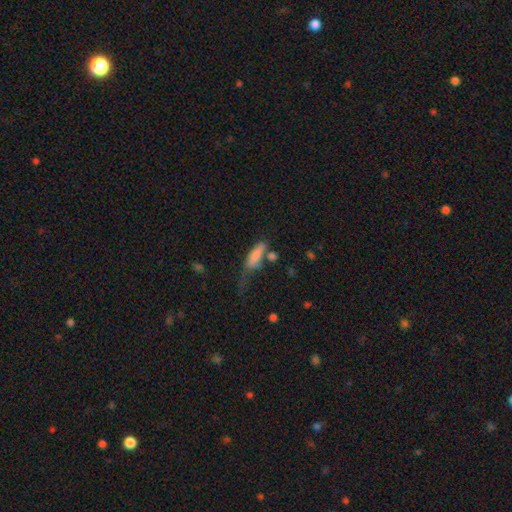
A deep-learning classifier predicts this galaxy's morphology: The model was most divided on "merging": none: 34%, minor disturbance: 26%, major disturbance: 23%, merger: 16%. More confident: smooth or featured — smooth (78%); how rounded — in between (54%).